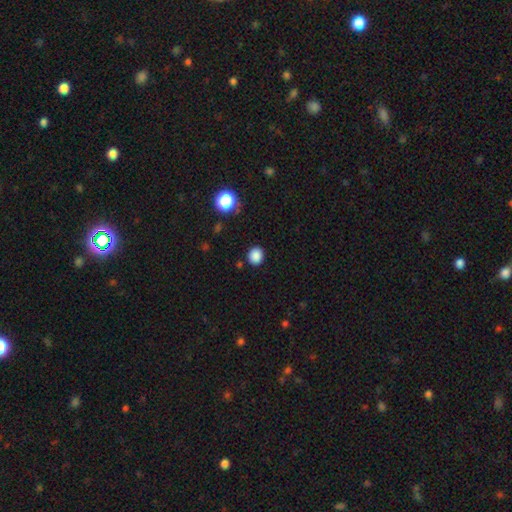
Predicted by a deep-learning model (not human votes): Smooth or featured? Predicted: smooth (p=0.86). How rounded? Predicted: round (p=0.75). Merging? Predicted: none (p=0.88).